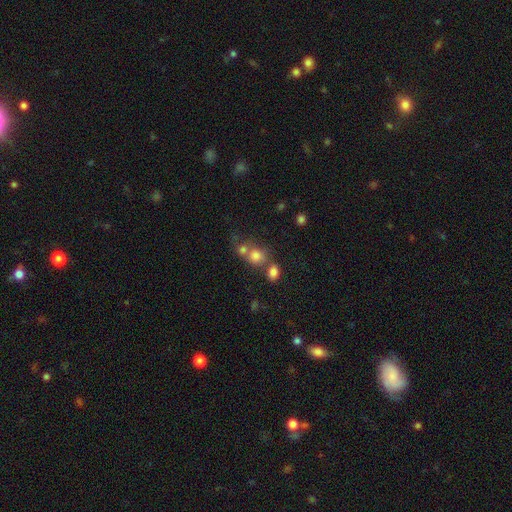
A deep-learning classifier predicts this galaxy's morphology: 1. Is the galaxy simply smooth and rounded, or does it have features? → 75% smooth, 14% star or artifact, 11% featured or disk.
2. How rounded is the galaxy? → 73% round, 26% in between, 1% cigar-shaped.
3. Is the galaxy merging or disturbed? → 44% merger, 42% none, 9% minor disturbance, 5% major disturbance.